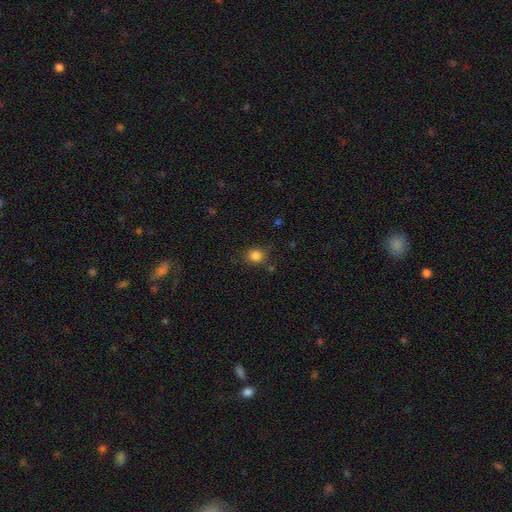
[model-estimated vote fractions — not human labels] Smooth or featured? smooth (84%)
How rounded? round (75%)
Merging? none (79%)